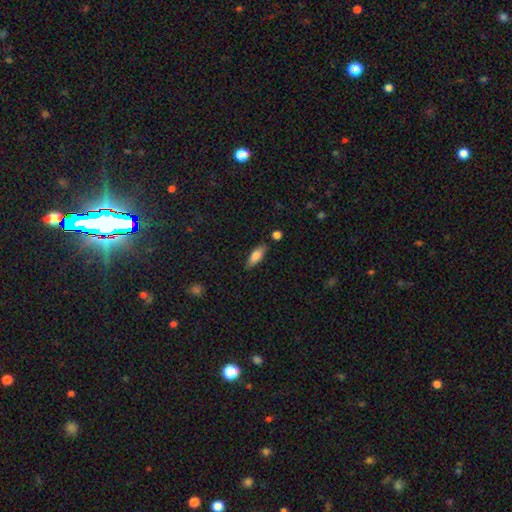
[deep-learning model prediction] Smooth or featured?
  - smooth: 79% *
  - featured or disk: 15%
  - star or artifact: 7%
How rounded?
  - in between: 62% *
  - cigar-shaped: 36%
  - round: 2%
Merging?
  - none: 78% *
  - minor disturbance: 15%
  - merger: 4%
  - major disturbance: 3%